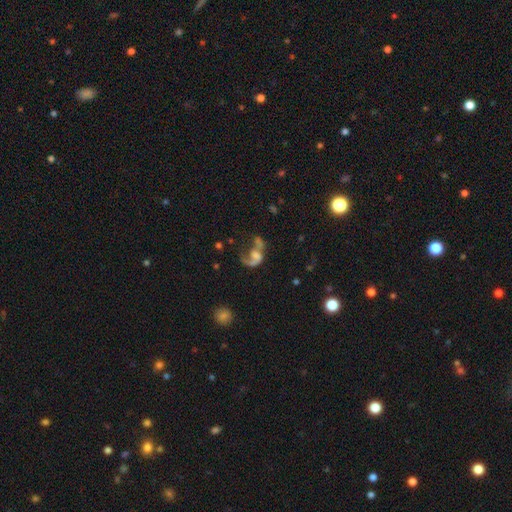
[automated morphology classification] smooth_or_featured: featured or disk (p=0.65) [alt: smooth p=0.24]
disk_edge_on: no (p=0.98) [alt: yes p=0.02]
bar: no (p=0.67) [alt: weak p=0.25]
has_spiral_arms: yes (p=0.73) [alt: no p=0.27]
bulge_size: none (p=0.39) [alt: moderate p=0.23]
merging: major disturbance (p=0.43) [alt: none p=0.24]